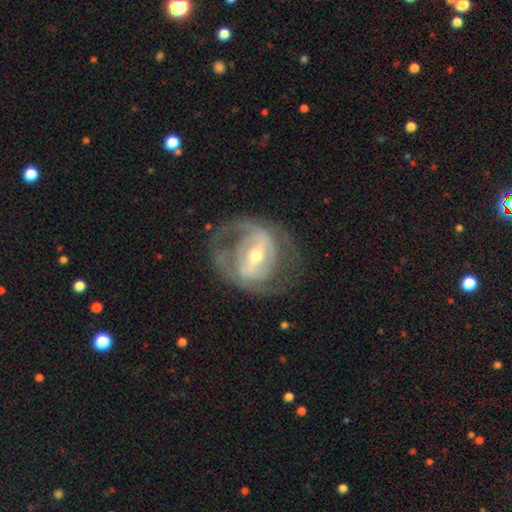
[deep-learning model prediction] Smooth or featured? Predicted: featured or disk (p=0.82). Edge-on disk? Predicted: no (p=0.95). Bar? Predicted: strong (p=0.48). Spiral arms? Predicted: yes (p=0.76). Spiral winding? Predicted: medium (p=0.43). Spiral arm count? Predicted: 2 (p=0.62). Bulge size? Predicted: moderate (p=0.54). Merging? Predicted: none (p=0.63).